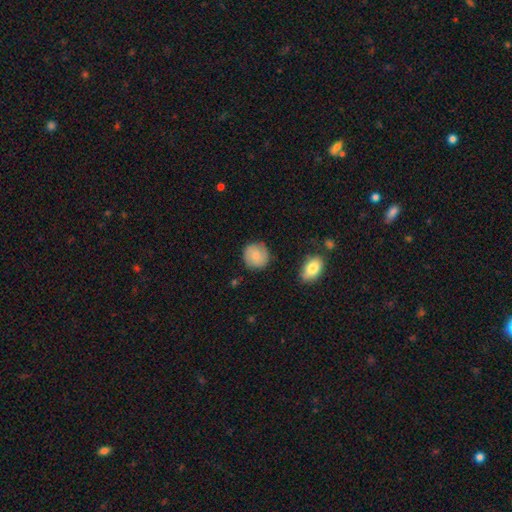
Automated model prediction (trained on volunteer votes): smooth 80%, featured or disk 13%, star or artifact 7%. Down the decision tree: how rounded — round (90%); merging — none (84%).